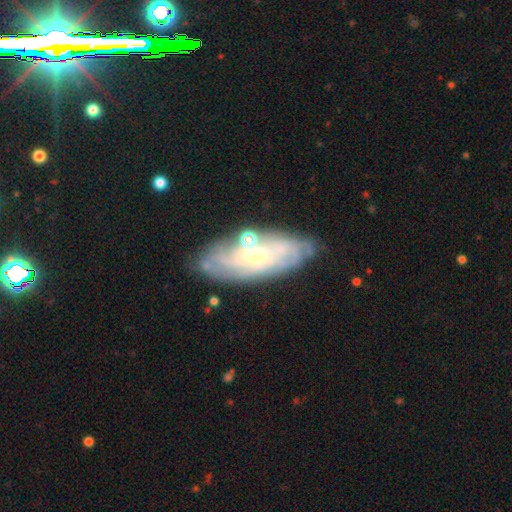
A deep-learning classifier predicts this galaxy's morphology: Smooth or featured?
  - featured or disk: 74% *
  - smooth: 18%
  - star or artifact: 7%
Edge-on disk?
  - no: 88% *
  - yes: 12%
Bar?
  - no: 60% *
  - weak: 31%
  - strong: 9%
Spiral arms?
  - yes: 87% *
  - no: 13%
Spiral winding?
  - tight: 70% *
  - medium: 23%
  - loose: 7%
Spiral arm count?
  - can't tell: 55% *
  - 4: 13%
  - 2: 10%
  - 3: 10%
  - more than 4: 8%
  - 1: 4%
Bulge size?
  - small: 56% *
  - moderate: 38%
  - large: 3%
  - none: 3%
  - dominant: 1%
Merging?
  - none: 74% *
  - minor disturbance: 16%
  - major disturbance: 5%
  - merger: 5%